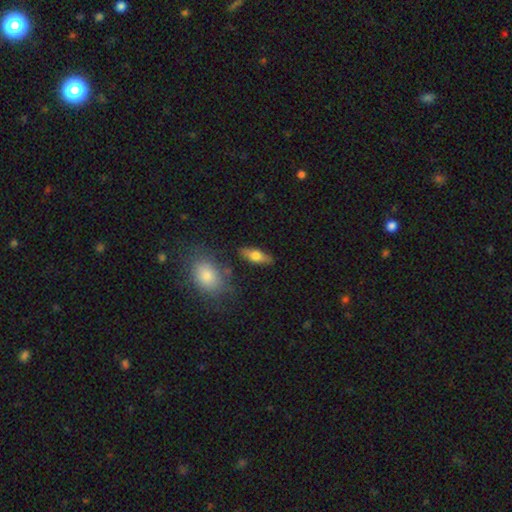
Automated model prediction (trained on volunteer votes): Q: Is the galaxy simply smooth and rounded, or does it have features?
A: smooth — 61%.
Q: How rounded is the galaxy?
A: in between — 65%.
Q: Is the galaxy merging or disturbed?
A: none — 82%.